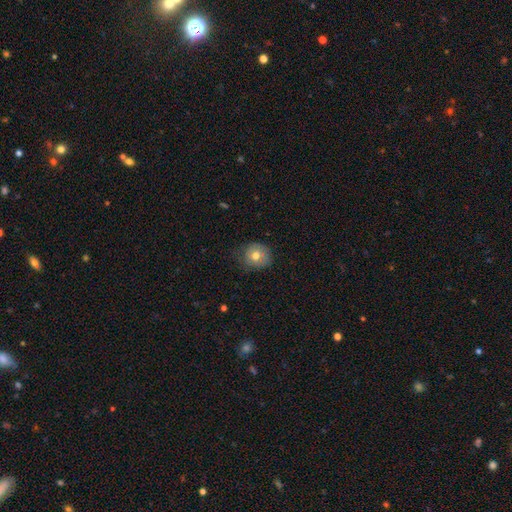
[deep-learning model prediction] smooth_or_featured: smooth (p=0.74) [alt: featured or disk p=0.16]
how_rounded: round (p=0.81) [alt: in between p=0.18]
merging: none (p=0.65) [alt: minor disturbance p=0.26]